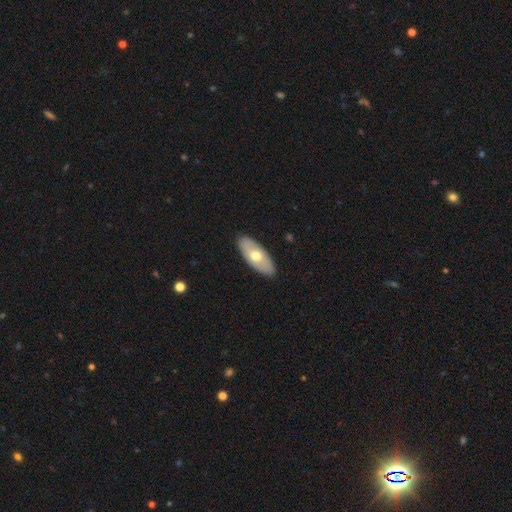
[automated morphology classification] Overall: smooth (56%; featured or disk 39%). How rounded: in between (85%). Merging: none (89%).